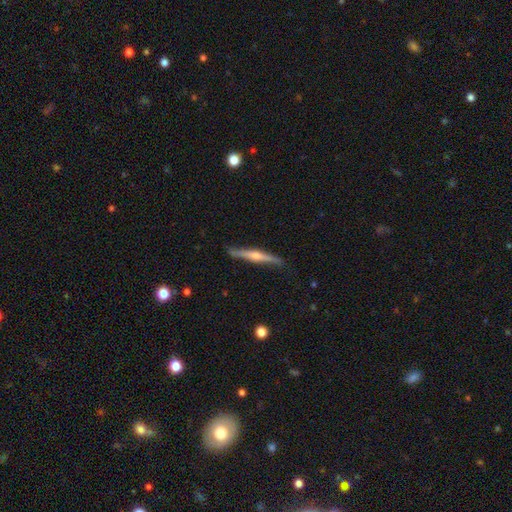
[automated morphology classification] smooth-or-featured: featured or disk: 74% | smooth: 20% | star or artifact: 6%
  disk-edge-on: yes: 97% | no: 3%
    edge-on-bulge: rounded: 83% | none: 10% | boxy: 7%
  merging: none: 88% | minor disturbance: 10% | major disturbance: 2% | merger: 1%